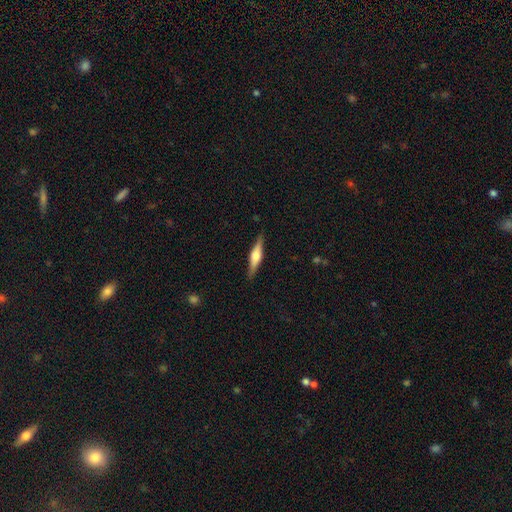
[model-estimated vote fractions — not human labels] Smooth or featured: featured or disk — 65% (smooth — 29%)
Edge-on disk: yes — 97% (no — 3%)
Edge-on bulge: rounded — 84% (boxy — 12%)
Merging: none — 89% (minor disturbance — 8%)